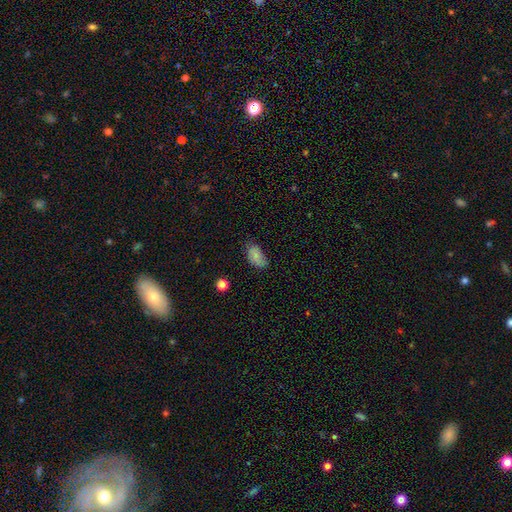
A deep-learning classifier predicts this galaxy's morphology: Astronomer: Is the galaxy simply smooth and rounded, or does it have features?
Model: smooth — 80%.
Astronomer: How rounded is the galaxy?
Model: in between — 92%.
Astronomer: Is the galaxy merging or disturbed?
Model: none — 57% (runner-up: minor disturbance, 33%).